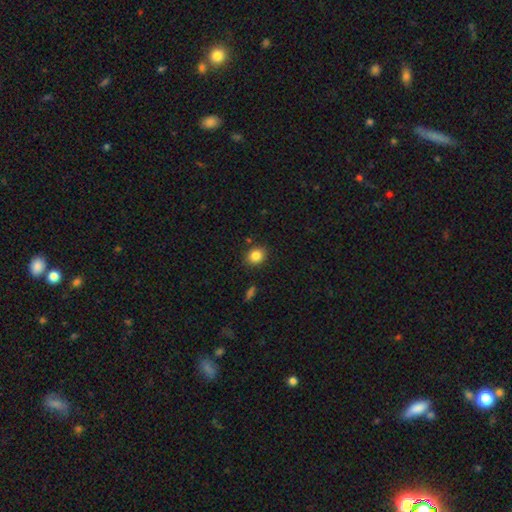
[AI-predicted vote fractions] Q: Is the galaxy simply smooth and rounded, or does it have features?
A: smooth — 86%.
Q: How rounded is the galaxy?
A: round — 66%.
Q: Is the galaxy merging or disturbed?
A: none — 85%.